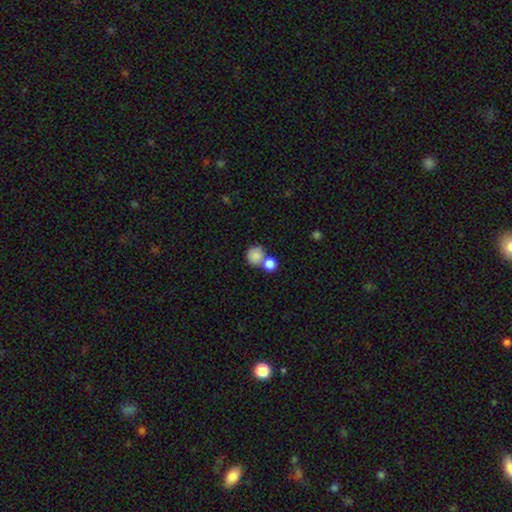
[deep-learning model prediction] A smooth galaxy with no disk features (83%) that is round (86%). Merging: none (49%).